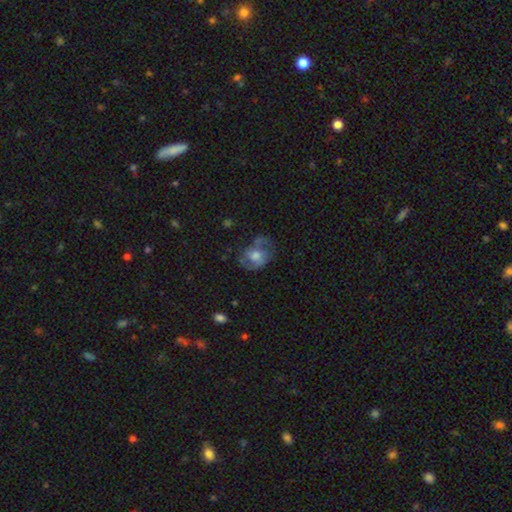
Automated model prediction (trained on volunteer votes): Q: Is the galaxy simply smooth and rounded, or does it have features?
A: featured or disk — 56%.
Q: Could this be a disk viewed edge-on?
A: no — 96%.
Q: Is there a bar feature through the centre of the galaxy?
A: no — 68%.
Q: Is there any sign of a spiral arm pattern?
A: yes — 68%.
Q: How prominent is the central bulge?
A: moderate — 55%.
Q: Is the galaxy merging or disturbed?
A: none — 55%.